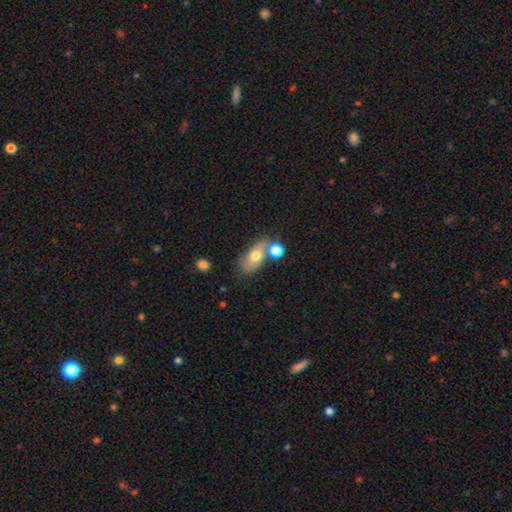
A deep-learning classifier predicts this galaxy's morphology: Smooth or featured?
  - smooth: 68% *
  - featured or disk: 23%
  - star or artifact: 9%
How rounded?
  - in between: 80% *
  - round: 11%
  - cigar-shaped: 8%
Merging?
  - none: 50% *
  - merger: 26%
  - minor disturbance: 17%
  - major disturbance: 7%